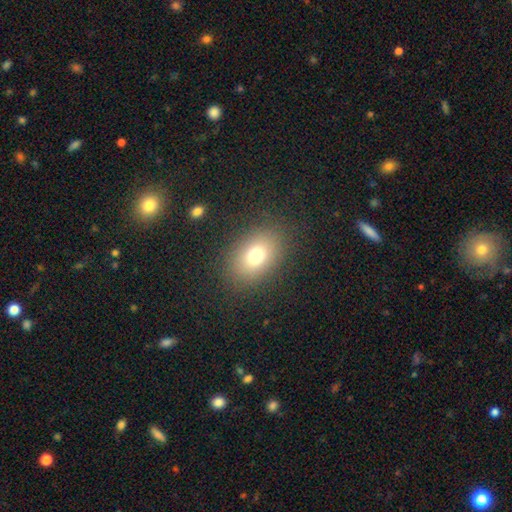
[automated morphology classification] smooth-or-featured: smooth: 73% | star or artifact: 14% | featured or disk: 13%
  how-rounded: in between: 71% | round: 28% | cigar-shaped: 1%
  merging: none: 84% | minor disturbance: 9% | major disturbance: 5% | merger: 1%